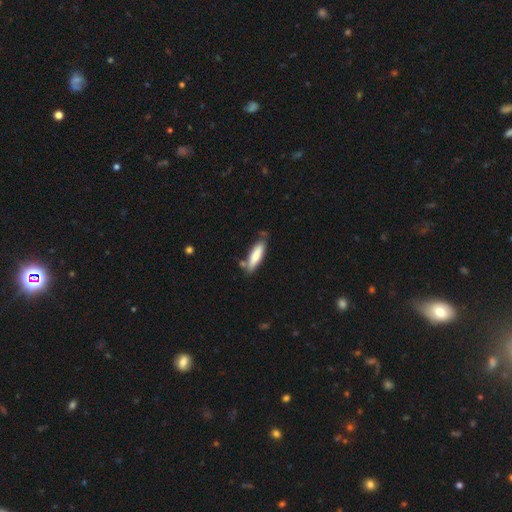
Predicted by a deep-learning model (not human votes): A smooth galaxy with no disk features (77%) that is cigar-shaped (65%). Merging: none (70%).